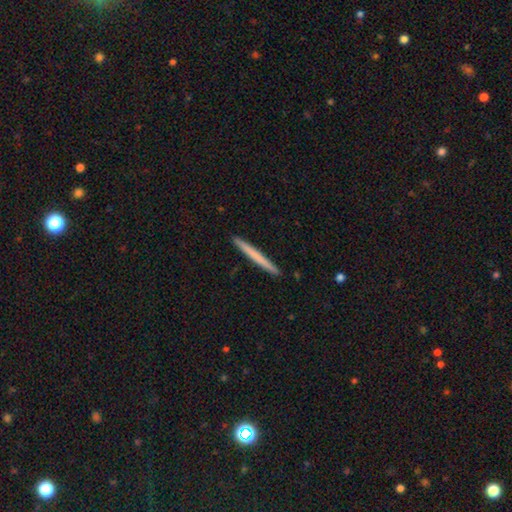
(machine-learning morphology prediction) A smooth galaxy with no disk features (63%) that is cigar-shaped (97%). Merging: none (93%).